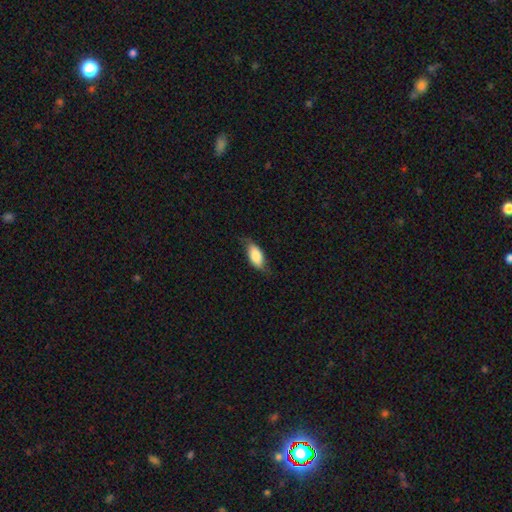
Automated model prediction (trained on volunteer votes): Q: Smooth or featured?
A: smooth (78%); runner-up: featured or disk (16%)
Q: How rounded?
A: in between (88%); runner-up: cigar-shaped (9%)
Q: Merging?
A: none (65%); runner-up: minor disturbance (27%)